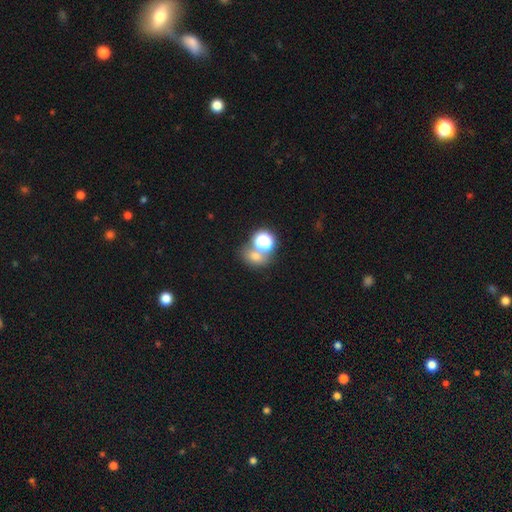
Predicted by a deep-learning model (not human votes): Smooth or featured: smooth — 61% (star or artifact — 29%)
How rounded: round — 59% (in between — 39%)
Merging: none — 52% (merger — 32%)